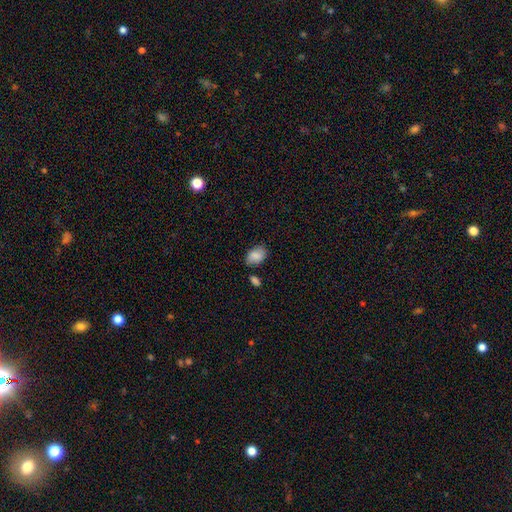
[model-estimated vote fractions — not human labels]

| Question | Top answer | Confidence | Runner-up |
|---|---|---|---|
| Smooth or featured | smooth | 83% | featured or disk (9%) |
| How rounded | in between | 87% | round (12%) |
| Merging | none | 72% | minor disturbance (18%) |